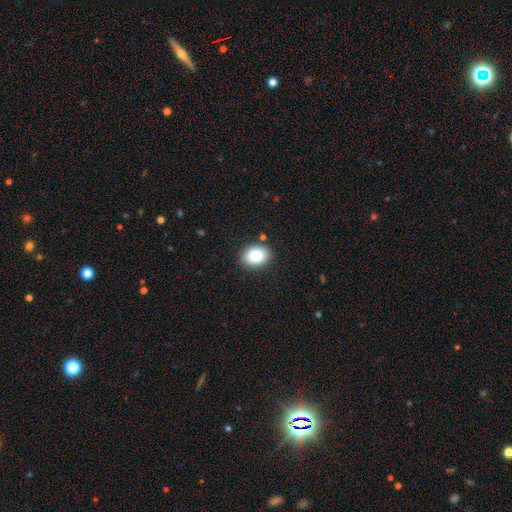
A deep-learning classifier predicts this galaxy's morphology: Smooth or featured: smooth — 83% (star or artifact — 9%)
How rounded: in between — 60% (round — 39%)
Merging: none — 87% (minor disturbance — 9%)